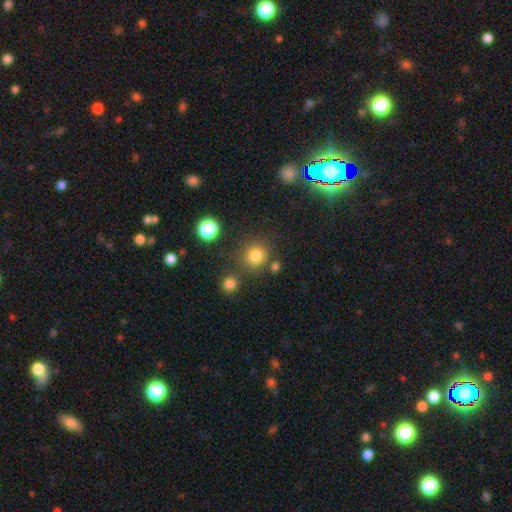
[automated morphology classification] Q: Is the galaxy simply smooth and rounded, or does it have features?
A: smooth — 80%.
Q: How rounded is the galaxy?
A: round — 89%.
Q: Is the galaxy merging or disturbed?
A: none — 77%.